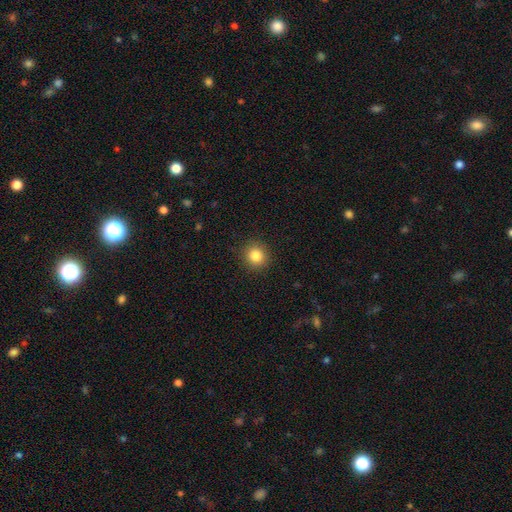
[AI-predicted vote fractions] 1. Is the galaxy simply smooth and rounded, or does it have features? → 84% smooth, 11% star or artifact, 5% featured or disk.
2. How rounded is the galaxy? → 89% round, 10% in between, 1% cigar-shaped.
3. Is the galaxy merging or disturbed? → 91% none, 6% minor disturbance, 2% major disturbance, 1% merger.